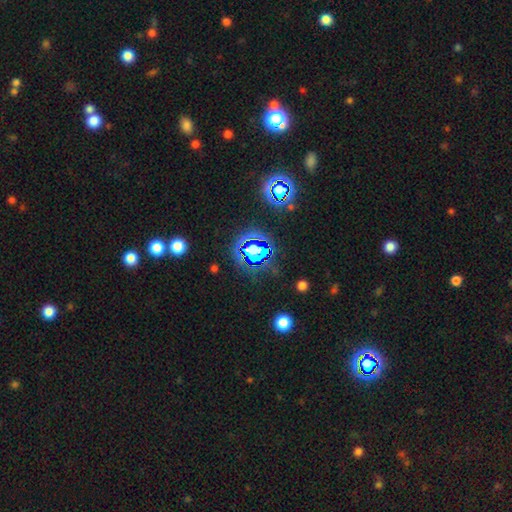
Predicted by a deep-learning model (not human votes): Morphology: type=star or artifact (78%).